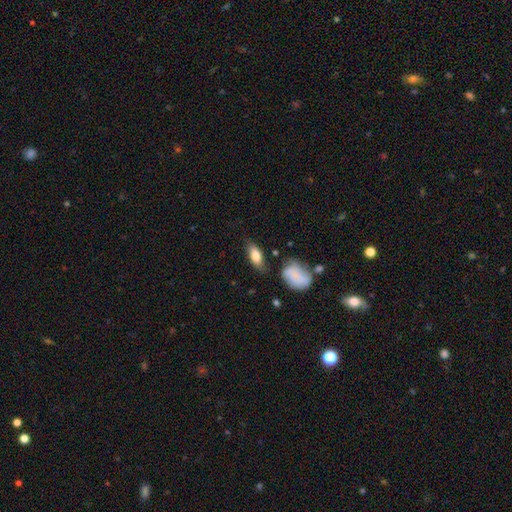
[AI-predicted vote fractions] This is likely a smooth galaxy (78%). How rounded: clearly in between (83%). Merging: likely none (72%).